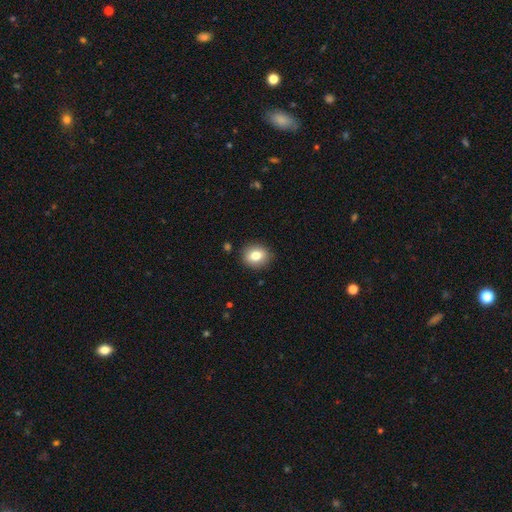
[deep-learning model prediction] This appears to be a smooth galaxy with no disk features (80%) that is round (62%). Merging: none (87%).